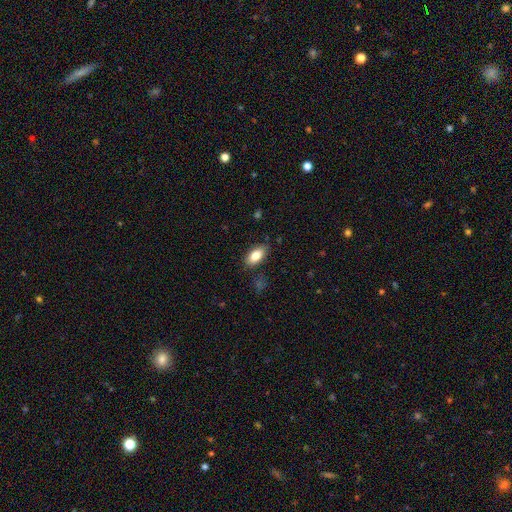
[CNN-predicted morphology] Smooth or featured: smooth — 81% (featured or disk — 11%)
How rounded: in between — 90% (cigar-shaped — 6%)
Merging: none — 84% (minor disturbance — 12%)